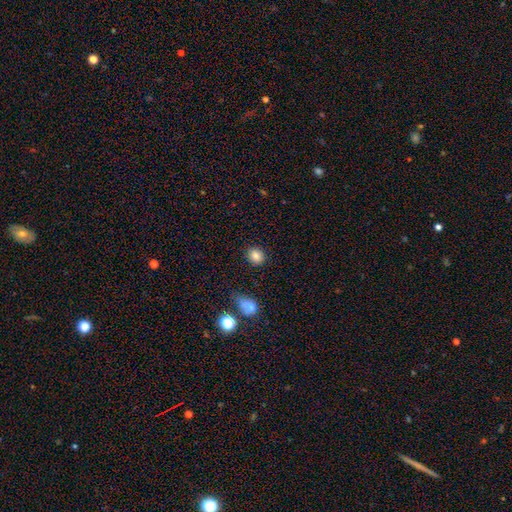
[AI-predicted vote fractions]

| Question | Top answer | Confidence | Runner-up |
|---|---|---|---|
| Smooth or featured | smooth | 83% | star or artifact (10%) |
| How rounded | round | 66% | in between (33%) |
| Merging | none | 85% | minor disturbance (10%) |